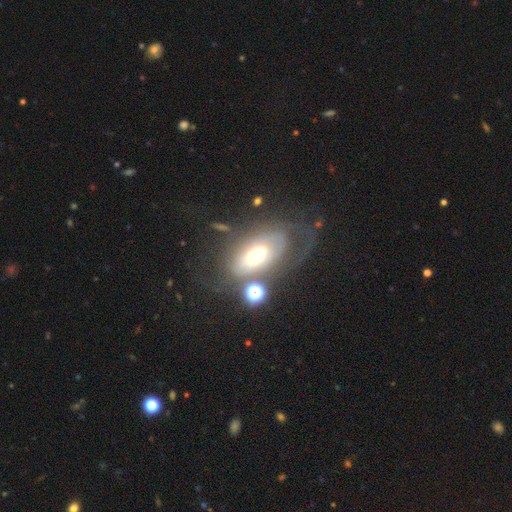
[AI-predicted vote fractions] A featured or disk galaxy (63%) with no bar (70%), spiral arms (62%) and a moderate central bulge (55%).

Vote fractions:
- Smooth or featured? featured or disk: 63% / smooth: 27% / star or artifact: 9%
- Edge-on disk? no: 90% / yes: 10%
- Bar? no: 70% / weak: 22% / strong: 8%
- Spiral arms? yes: 62% / no: 38%
- Bulge size? moderate: 55% / large: 30% / small: 9% / dominant: 4% / none: 2%
- Merging? none: 44% / major disturbance: 28% / minor disturbance: 20% / merger: 8%